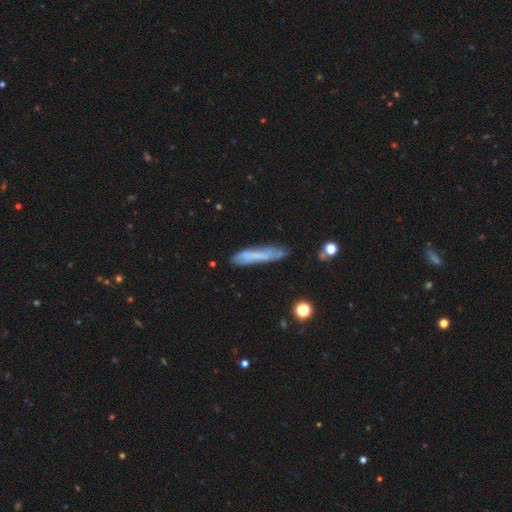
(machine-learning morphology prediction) A smooth galaxy with no disk features (57%) that is cigar-shaped (89%).

Vote fractions:
- Smooth or featured? smooth: 57% / featured or disk: 34% / star or artifact: 9%
- How rounded? cigar-shaped: 89% / in between: 9% / round: 2%
- Merging? none: 67% / minor disturbance: 23% / major disturbance: 6% / merger: 4%